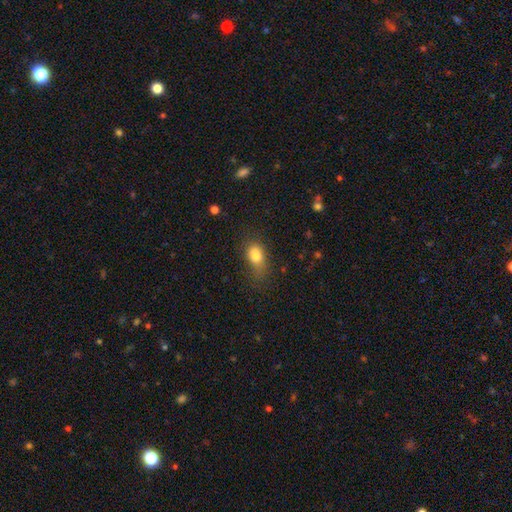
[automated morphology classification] smooth_or_featured: smooth (p=0.79) [alt: star or artifact p=0.11]
how_rounded: in between (p=0.78) [alt: round p=0.20]
merging: none (p=0.44) [alt: minor disturbance p=0.31]